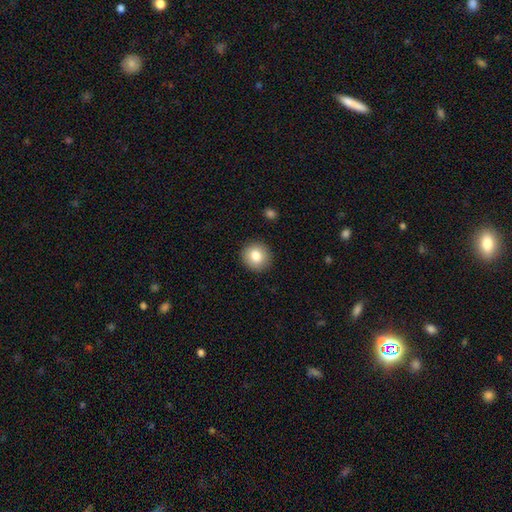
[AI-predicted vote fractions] Smooth or featured: smooth — 82% (featured or disk — 9%)
How rounded: round — 91% (in between — 8%)
Merging: none — 91% (minor disturbance — 6%)